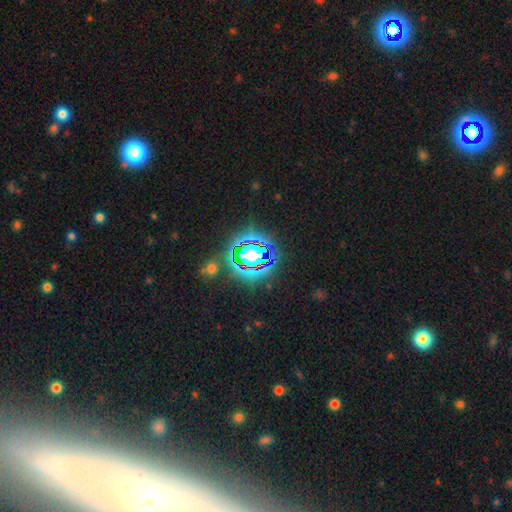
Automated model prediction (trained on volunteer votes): A star or artifact, not a galaxy (81%).